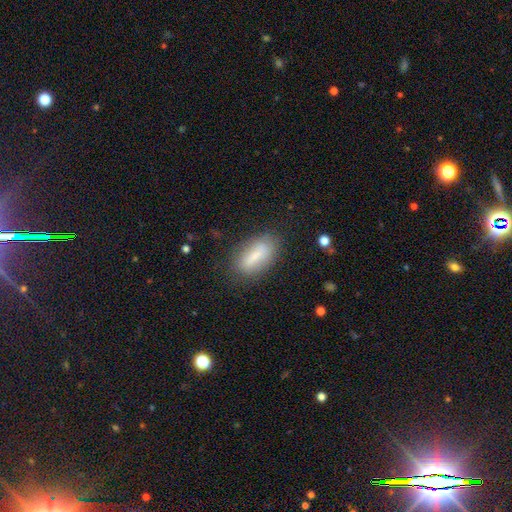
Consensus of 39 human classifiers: A smooth galaxy with no disk features (59%) that is in between round and cigar-shaped (87%).

Vote fractions:
- Smooth or featured? smooth: 59% / featured or disk: 36% / star or artifact: 5%
- How rounded? in between: 87% / cigar-shaped: 9% / round: 4%
- Merging? none: 70% / minor disturbance: 16% / major disturbance: 14% / merger: 0%